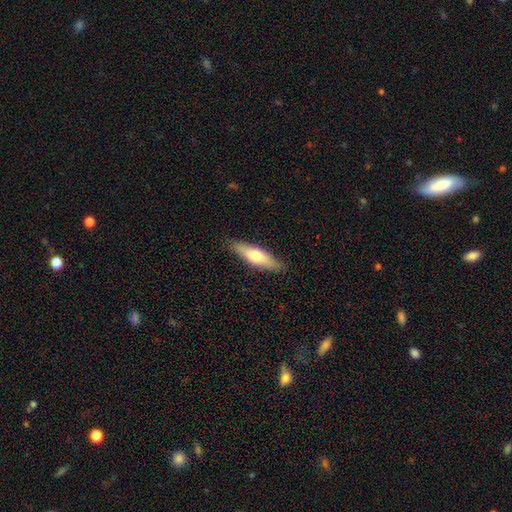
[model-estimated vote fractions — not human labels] smooth_or_featured: smooth (p=0.60) [alt: featured or disk p=0.35]
how_rounded: cigar-shaped (p=0.64) [alt: in between p=0.34]
merging: none (p=0.87) [alt: minor disturbance p=0.10]